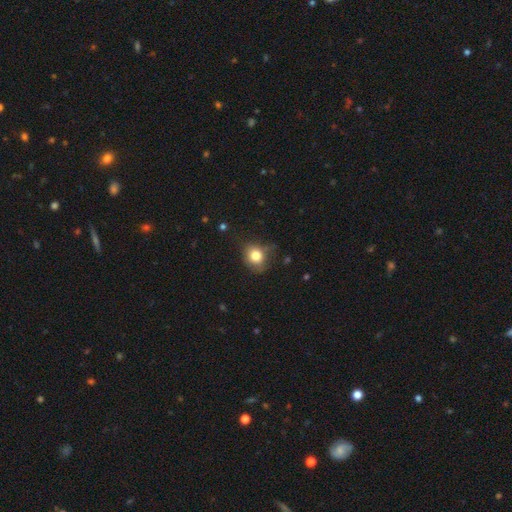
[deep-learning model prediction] smooth-or-featured: smooth: 79% | star or artifact: 11% | featured or disk: 10%
  how-rounded: round: 67% | in between: 32% | cigar-shaped: 1%
  merging: none: 67% | minor disturbance: 24% | major disturbance: 7% | merger: 2%